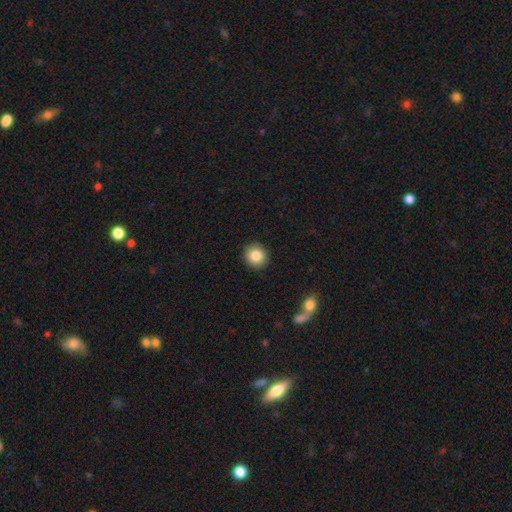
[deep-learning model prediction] Smooth or featured? Predicted: smooth (p=0.84). How rounded? Predicted: round (p=0.91). Merging? Predicted: none (p=0.92).